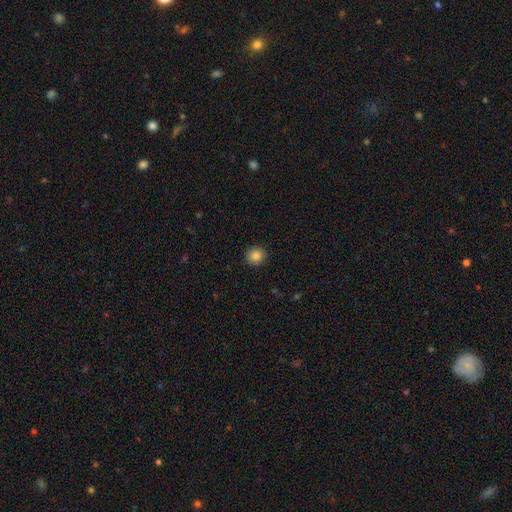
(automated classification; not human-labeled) A smooth galaxy with no disk features (84%) that is round (87%). Merging: none (91%).